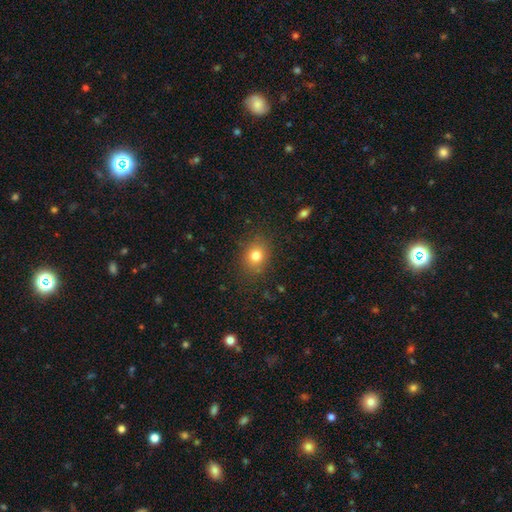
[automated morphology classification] Smooth or featured? smooth (79%)
How rounded? round (51%)
Merging? none (82%)